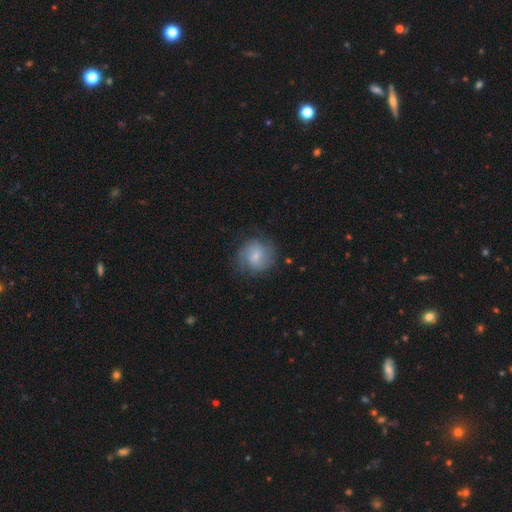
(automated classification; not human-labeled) Smooth or featured?
  - smooth: 51% *
  - featured or disk: 41%
  - star or artifact: 8%
How rounded?
  - round: 83% *
  - in between: 16%
  - cigar-shaped: 1%
Merging?
  - none: 70% *
  - minor disturbance: 19%
  - major disturbance: 10%
  - merger: 1%